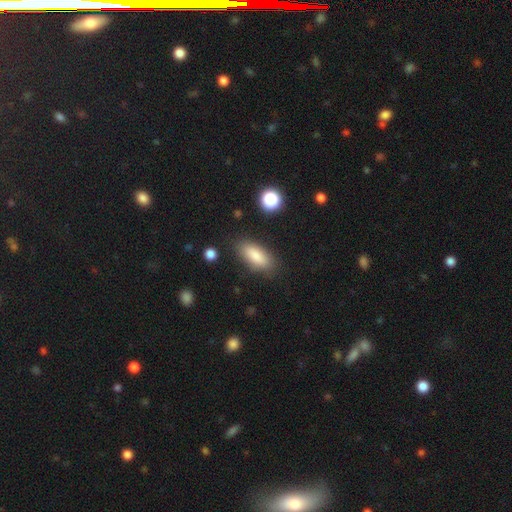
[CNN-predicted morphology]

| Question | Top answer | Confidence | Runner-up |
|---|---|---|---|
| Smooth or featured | smooth | 84% | featured or disk (9%) |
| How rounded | in between | 78% | cigar-shaped (20%) |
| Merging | none | 83% | minor disturbance (11%) |